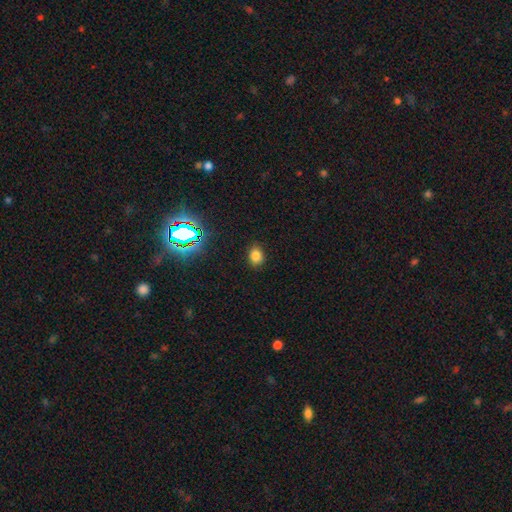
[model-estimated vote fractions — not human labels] smooth_or_featured: smooth (p=0.77) [alt: star or artifact p=0.18]
how_rounded: in between (p=0.51) [alt: round p=0.48]
merging: none (p=0.85) [alt: minor disturbance p=0.11]